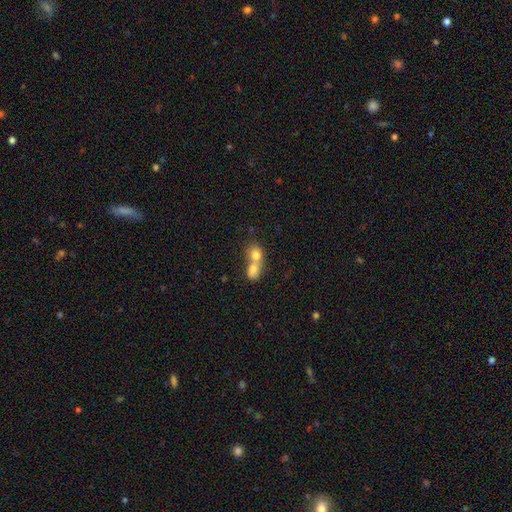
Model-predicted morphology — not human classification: smooth-or-featured: smooth: 72% | featured or disk: 18% | star or artifact: 10%
  how-rounded: round: 55% | in between: 43% | cigar-shaped: 2%
  merging: merger: 76% | none: 17% | minor disturbance: 4% | major disturbance: 3%